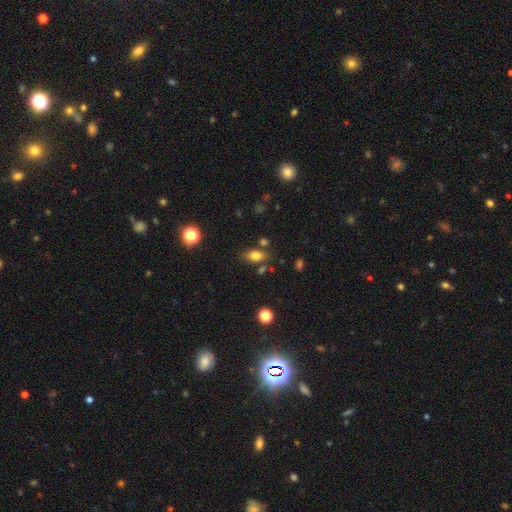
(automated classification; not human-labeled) A smooth galaxy with no disk features (79%) that is in between round and cigar-shaped (84%). Merging: none (73%).